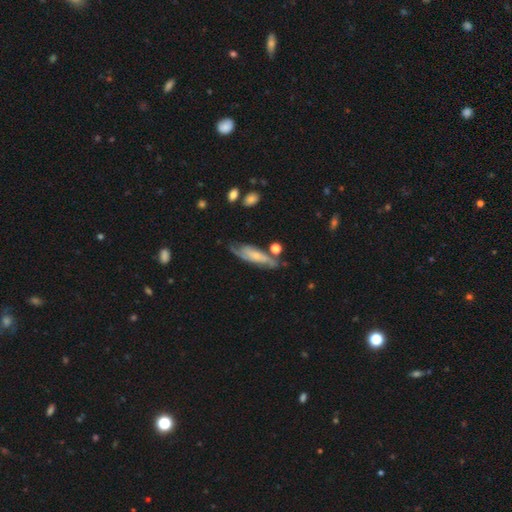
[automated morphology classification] A featured or disk galaxy (64%) with no bar (58%), spiral arms (89%) and a small central bulge (56%).

Vote fractions:
- Smooth or featured? featured or disk: 64% / smooth: 30% / star or artifact: 7%
- Edge-on disk? no: 79% / yes: 21%
- Bar? no: 58% / weak: 31% / strong: 11%
- Spiral arms? yes: 89% / no: 11%
- Bulge size? small: 56% / moderate: 22% / none: 17% / large: 4% / dominant: 2%
- Merging? none: 59% / minor disturbance: 24% / major disturbance: 10% / merger: 7%